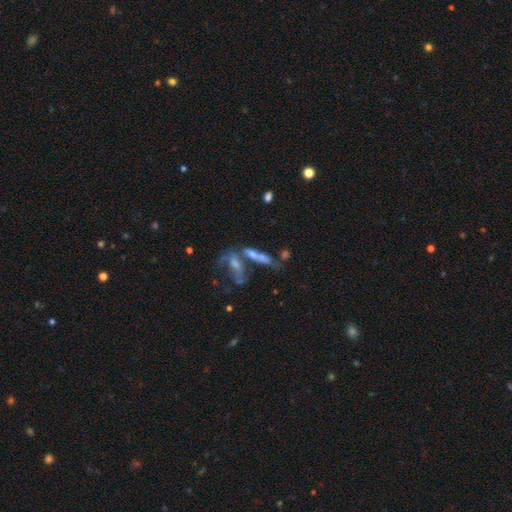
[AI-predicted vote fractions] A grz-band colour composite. It shows a smooth galaxy with no disk features (43%). Merging: merger (50%).